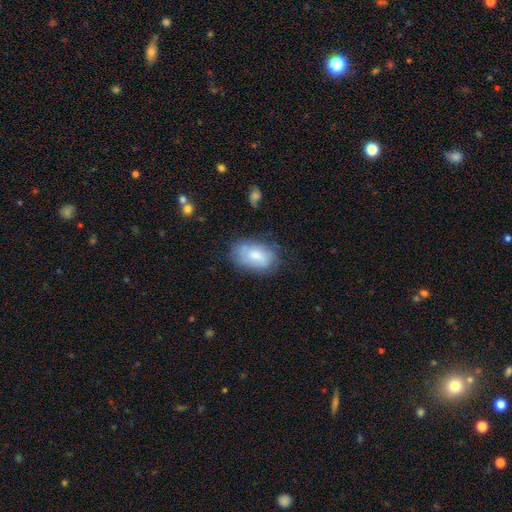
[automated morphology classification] Smooth or featured: smooth — 73% (featured or disk — 20%)
How rounded: in between — 91% (round — 8%)
Merging: none — 67% (minor disturbance — 23%)